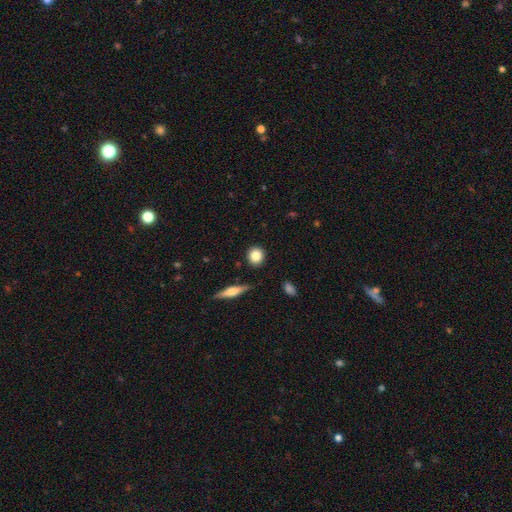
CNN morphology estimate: A smooth galaxy with no disk features (84%) that is round (81%).

Vote fractions:
- Smooth or featured? smooth: 84% / featured or disk: 9% / star or artifact: 8%
- How rounded? round: 81% / in between: 17% / cigar-shaped: 2%
- Merging? none: 89% / minor disturbance: 7% / merger: 2% / major disturbance: 2%